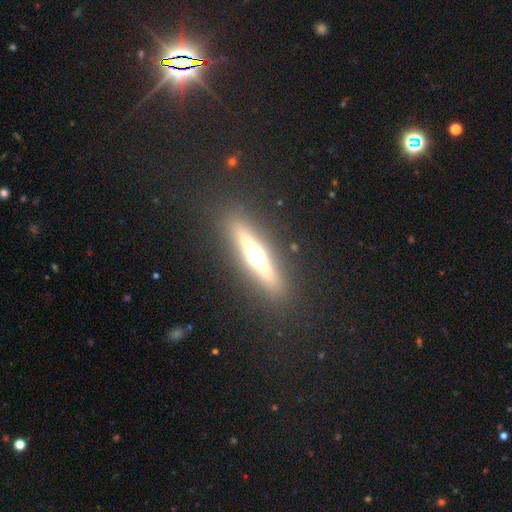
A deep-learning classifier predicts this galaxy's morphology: This appears to be a featured or disk galaxy (68%) viewed edge-on (94%) with a rounded central bulge (93%). Merging: none (88%).